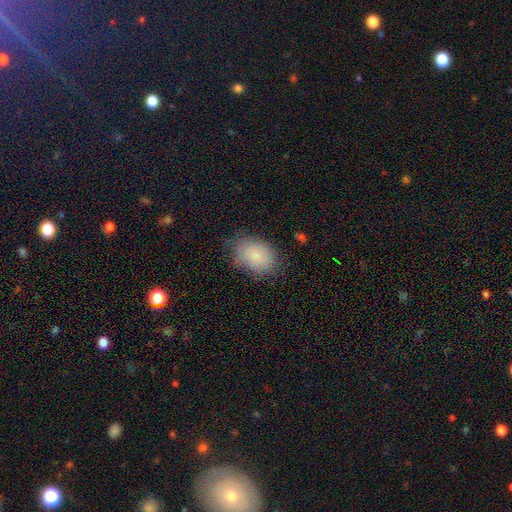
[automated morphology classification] Smooth or featured?
  - smooth: 82% *
  - featured or disk: 10%
  - star or artifact: 8%
How rounded?
  - in between: 78% *
  - round: 21%
  - cigar-shaped: 1%
Merging?
  - none: 69% *
  - minor disturbance: 23%
  - major disturbance: 6%
  - merger: 1%